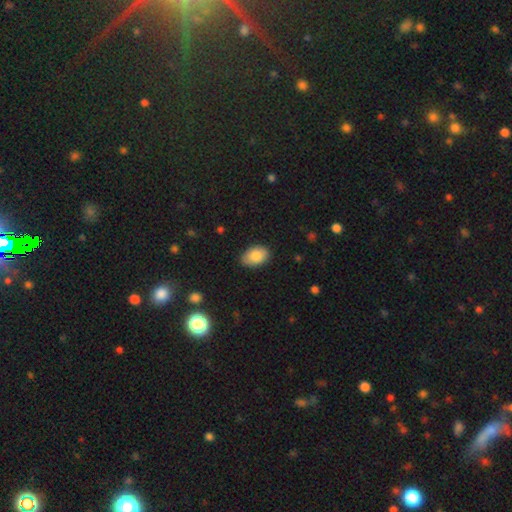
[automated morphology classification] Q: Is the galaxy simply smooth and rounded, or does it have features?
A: smooth — 84%.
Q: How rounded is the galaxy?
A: in between — 89%.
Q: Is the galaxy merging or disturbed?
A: none — 81%.